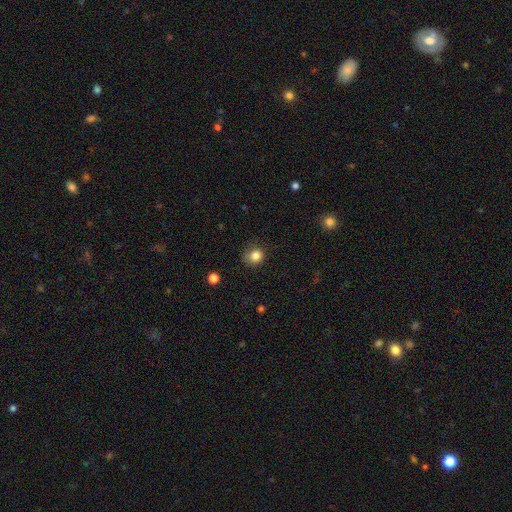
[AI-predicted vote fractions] Smooth or featured: smooth — 83% (star or artifact — 12%)
How rounded: round — 81% (in between — 19%)
Merging: none — 72% (minor disturbance — 21%)